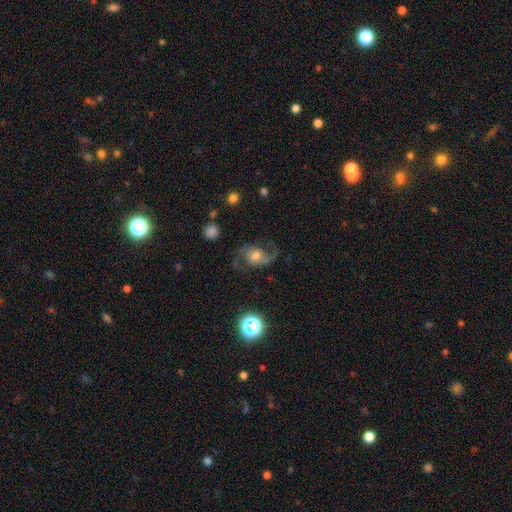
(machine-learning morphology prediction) A featured or disk galaxy (81%) with no bar (57%), 2 (92%) loose (50%) spiral arms (96%) and a moderate central bulge (60%). Merging: none (71%).